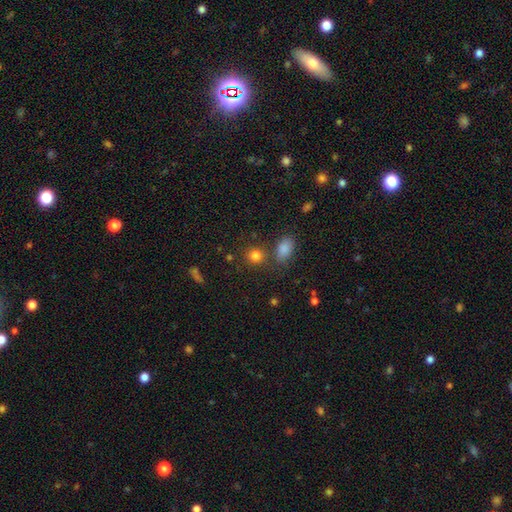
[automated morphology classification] type=smooth (82%); roundness=round (78%); merging=none (74%).